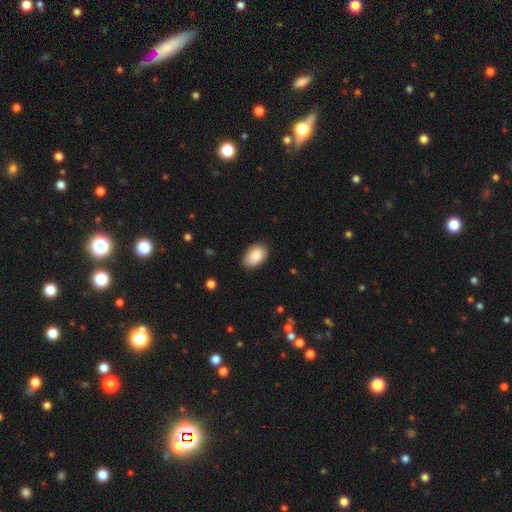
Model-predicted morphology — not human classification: The model was most divided on "merging": none: 86%, minor disturbance: 11%, major disturbance: 2%, merger: 1%. More confident: how rounded — in between (93%); smooth or featured — smooth (88%).